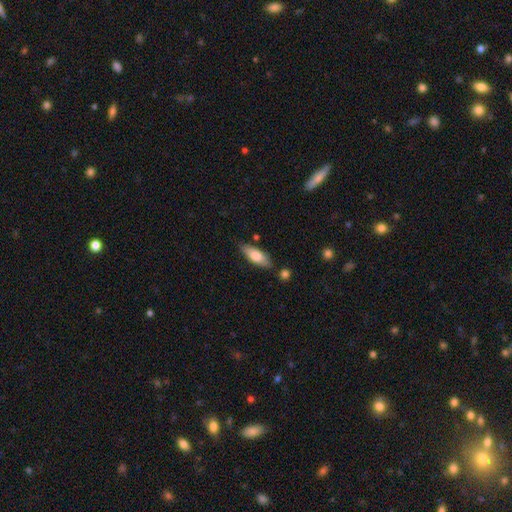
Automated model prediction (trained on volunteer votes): Smooth or featured? Predicted: smooth (p=0.74). How rounded? Predicted: in between (p=0.70). Merging? Predicted: none (p=0.76).